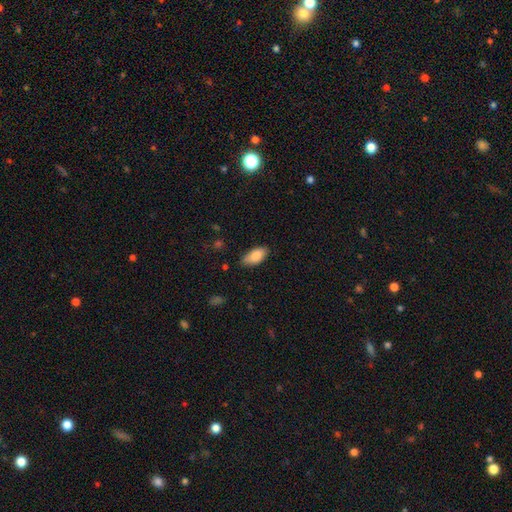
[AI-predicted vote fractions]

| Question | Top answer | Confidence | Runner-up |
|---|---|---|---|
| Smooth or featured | smooth | 87% | featured or disk (7%) |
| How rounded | in between | 91% | cigar-shaped (7%) |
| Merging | none | 76% | minor disturbance (19%) |